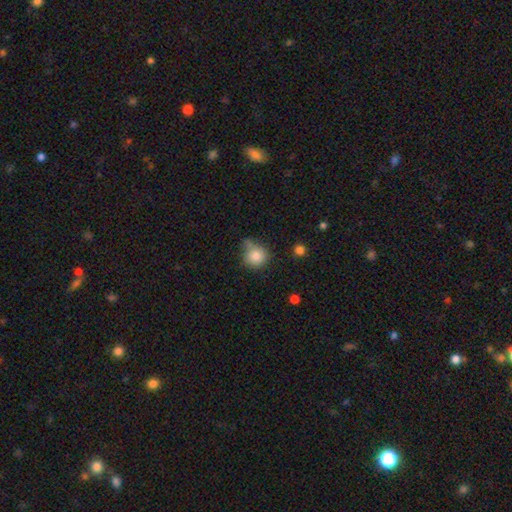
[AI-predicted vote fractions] A smooth galaxy with no disk features (82%) that is round (88%).

Vote fractions:
- Smooth or featured? smooth: 82% / star or artifact: 10% / featured or disk: 8%
- How rounded? round: 88% / in between: 11% / cigar-shaped: 1%
- Merging? none: 56% / minor disturbance: 25% / merger: 12% / major disturbance: 8%